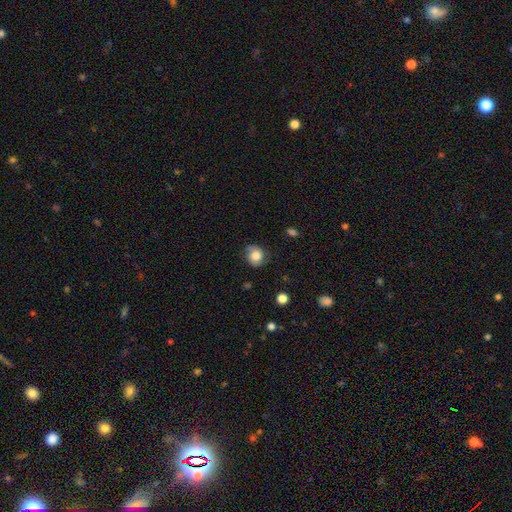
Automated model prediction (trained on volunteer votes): Smooth or featured?
  - smooth: 69% *
  - featured or disk: 22%
  - star or artifact: 9%
How rounded?
  - round: 72% *
  - in between: 27%
  - cigar-shaped: 1%
Merging?
  - none: 70% *
  - minor disturbance: 23%
  - major disturbance: 7%
  - merger: 1%